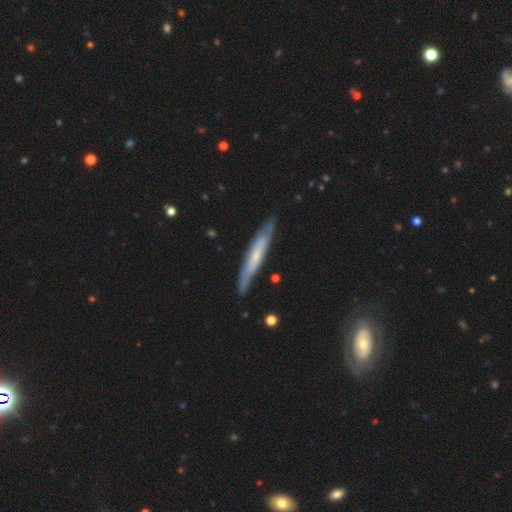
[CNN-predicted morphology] smooth_or_featured: featured or disk (p=0.62) [alt: smooth p=0.33]
disk_edge_on: yes (p=0.73) [alt: no p=0.27]
merging: none (p=0.80) [alt: minor disturbance p=0.15]